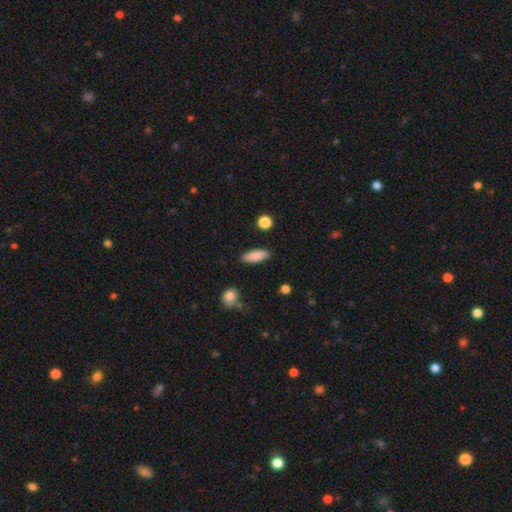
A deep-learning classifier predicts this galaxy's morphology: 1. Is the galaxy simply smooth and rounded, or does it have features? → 85% smooth, 8% featured or disk, 7% star or artifact.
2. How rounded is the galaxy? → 68% in between, 30% cigar-shaped, 3% round.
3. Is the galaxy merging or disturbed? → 86% none, 9% minor disturbance, 2% major disturbance, 2% merger.